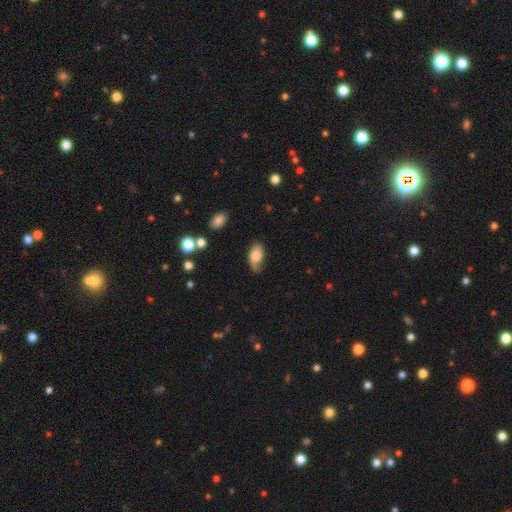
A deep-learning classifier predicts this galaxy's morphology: The model was most divided on "merging": none: 52%, minor disturbance: 32%, major disturbance: 13%, merger: 2%. More confident: how rounded — in between (92%); smooth or featured — smooth (72%).